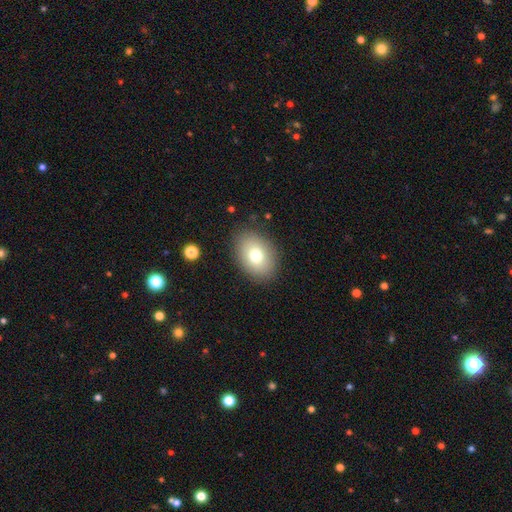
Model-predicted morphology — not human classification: This appears to be a smooth galaxy with no disk features (76%) that is in between round and cigar-shaped (78%). Merging: none (86%).